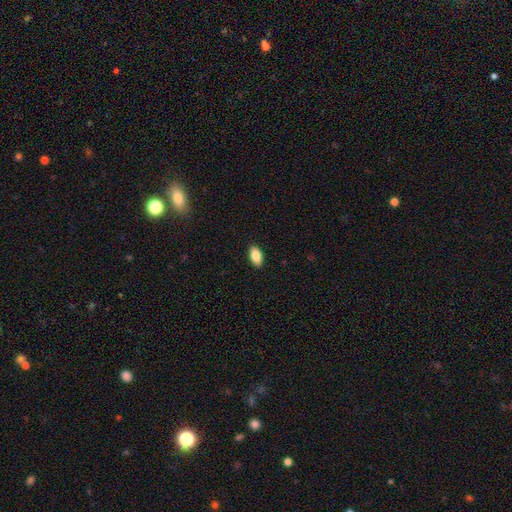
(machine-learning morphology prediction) Q: Smooth or featured?
A: smooth (86%); runner-up: featured or disk (7%)
Q: How rounded?
A: in between (93%); runner-up: round (4%)
Q: Merging?
A: none (90%); runner-up: minor disturbance (7%)